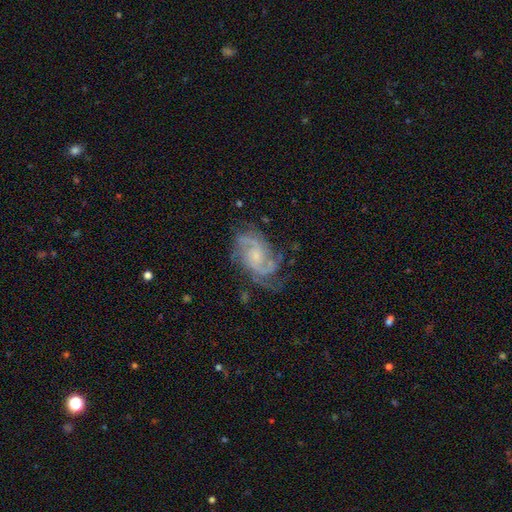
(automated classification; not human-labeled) Smooth or featured?
  - featured or disk: 86% *
  - smooth: 7%
  - star or artifact: 7%
Edge-on disk?
  - no: 97% *
  - yes: 3%
Bar?
  - no: 61% *
  - weak: 32%
  - strong: 6%
Spiral arms?
  - yes: 97% *
  - no: 3%
Spiral winding?
  - medium: 46% *
  - tight: 42%
  - loose: 12%
Spiral arm count?
  - 2: 43% *
  - 3: 24%
  - can't tell: 17%
  - 4: 7%
  - 1: 5%
  - more than 4: 4%
Bulge size?
  - small: 58% *
  - moderate: 30%
  - none: 9%
  - large: 2%
  - dominant: 1%
Merging?
  - none: 68% *
  - minor disturbance: 20%
  - major disturbance: 10%
  - merger: 2%